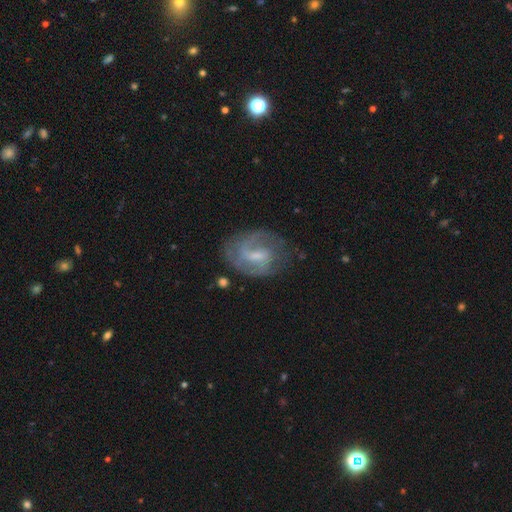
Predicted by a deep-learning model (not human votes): The model was most divided on "spiral winding": medium: 43%, tight: 33%, loose: 24%. Remaining: edge-on disk — no (97%); spiral arms — yes (84%); smooth or featured — featured or disk (73%); merging — none (61%); bar — weak (59%); bulge size — small (51%); spiral arm count — 2 (48%).